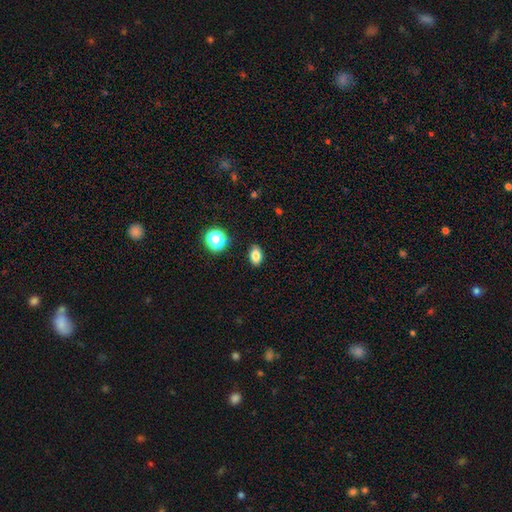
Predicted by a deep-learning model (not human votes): Smooth or featured?
  - smooth: 81% *
  - star or artifact: 12%
  - featured or disk: 7%
How rounded?
  - in between: 82% *
  - round: 16%
  - cigar-shaped: 2%
Merging?
  - none: 87% *
  - minor disturbance: 10%
  - major disturbance: 2%
  - merger: 1%